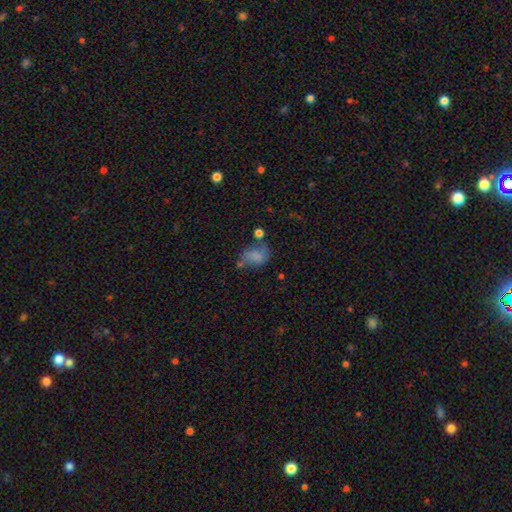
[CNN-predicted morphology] smooth_or_featured: smooth (p=0.61) [alt: featured or disk p=0.26]
how_rounded: in between (p=0.72) [alt: round p=0.26]
merging: none (p=0.38) [alt: minor disturbance p=0.27]